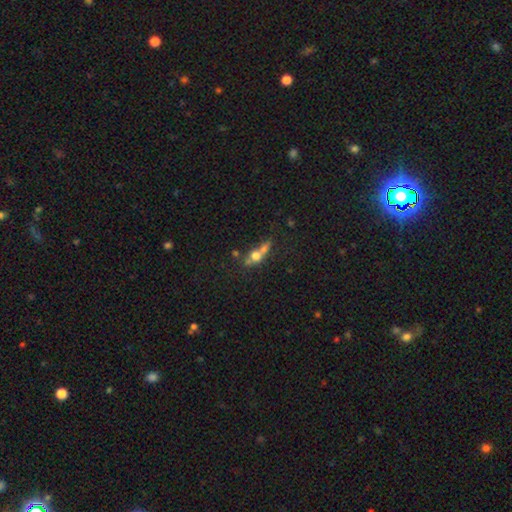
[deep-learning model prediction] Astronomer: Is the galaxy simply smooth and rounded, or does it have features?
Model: smooth — 56%.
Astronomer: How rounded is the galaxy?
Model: round — 56% (runner-up: in between, 32%).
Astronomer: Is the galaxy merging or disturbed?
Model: merger — 50% (runner-up: none, 31%).